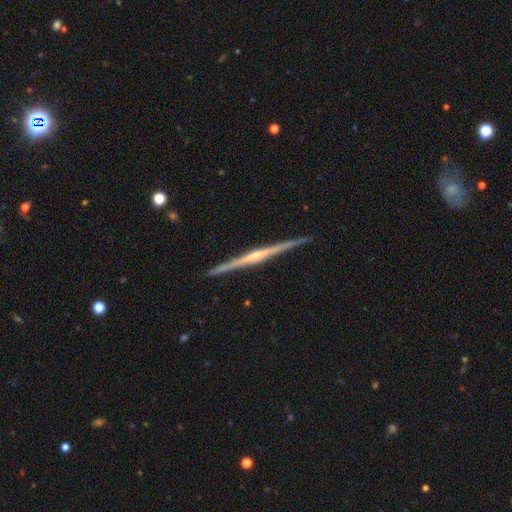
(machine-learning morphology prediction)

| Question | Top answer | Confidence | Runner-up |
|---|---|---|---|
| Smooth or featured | featured or disk | 85% | smooth (10%) |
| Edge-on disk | yes | 99% | no (1%) |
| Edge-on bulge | rounded | 73% | none (18%) |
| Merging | none | 91% | minor disturbance (6%) |